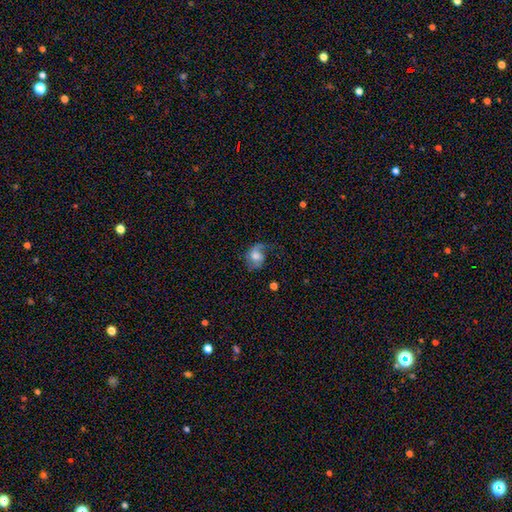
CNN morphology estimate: Overall: featured or disk (51%; smooth 41%). Edge-on disk: no (96%). Merging: none (46%; minor disturbance 27%).